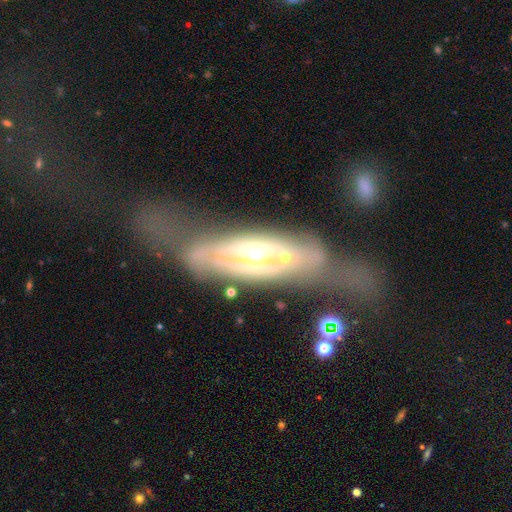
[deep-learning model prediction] smooth_or_featured: featured or disk (p=0.81) [alt: smooth p=0.13]
disk_edge_on: no (p=0.65) [alt: yes p=0.35]
bar: no (p=0.52) [alt: weak p=0.27]
has_spiral_arms: yes (p=0.64) [alt: no p=0.36]
bulge_size: moderate (p=0.61) [alt: small p=0.29]
merging: none (p=0.45) [alt: major disturbance p=0.28]